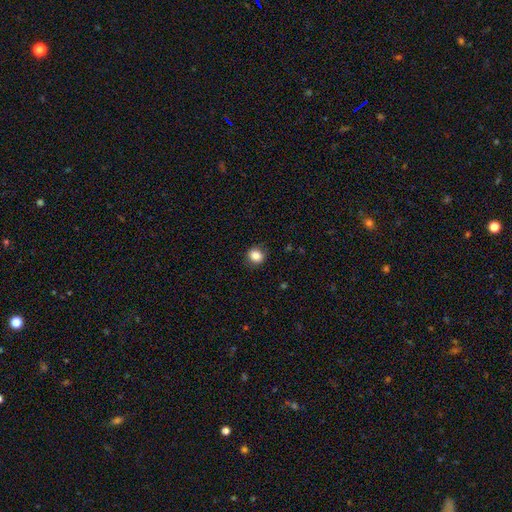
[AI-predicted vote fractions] smooth 86%, star or artifact 10%, featured or disk 4%. Down the decision tree: how rounded — round (84%); merging — none (86%).